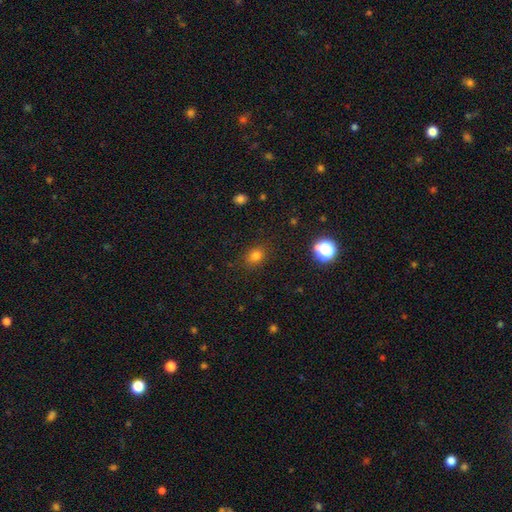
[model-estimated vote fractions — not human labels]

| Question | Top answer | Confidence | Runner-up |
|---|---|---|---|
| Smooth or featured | smooth | 77% | star or artifact (16%) |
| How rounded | in between | 53% | round (46%) |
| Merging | none | 84% | minor disturbance (11%) |